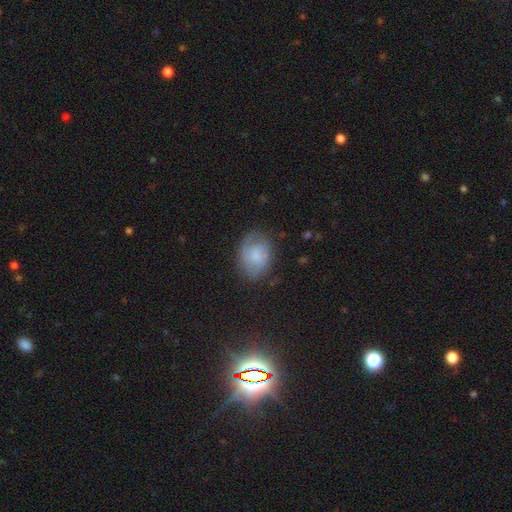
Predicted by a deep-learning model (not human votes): This is likely a smooth galaxy (61%). How rounded: likely in between (68%). Merging: likely none (65%).